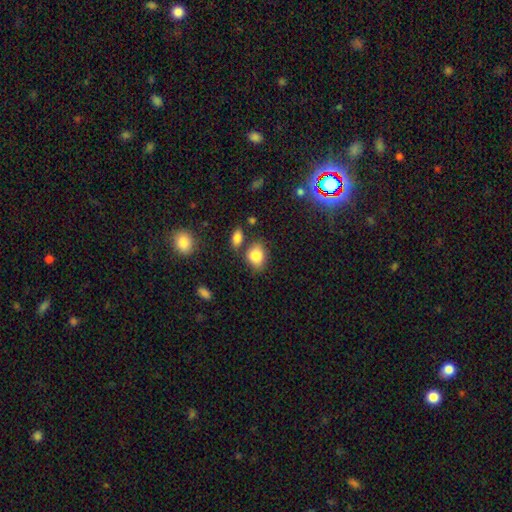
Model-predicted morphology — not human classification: A smooth galaxy with no disk features (83%) that is in between round and cigar-shaped (67%).

Vote fractions:
- Smooth or featured? smooth: 83% / star or artifact: 9% / featured or disk: 7%
- How rounded? in between: 67% / round: 32% / cigar-shaped: 1%
- Merging? none: 65% / minor disturbance: 19% / merger: 11% / major disturbance: 5%